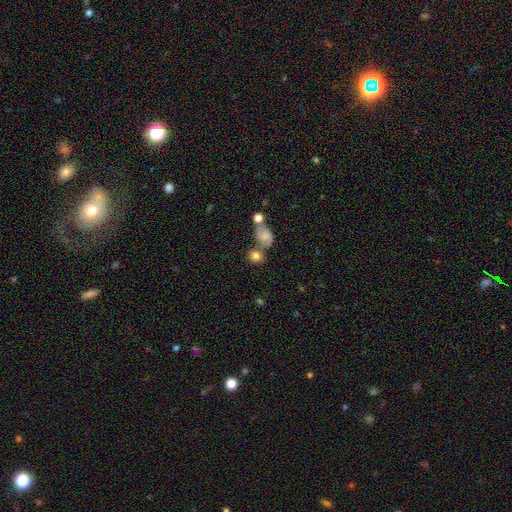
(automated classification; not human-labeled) Morphology: type=smooth (75%); roundness=round (74%); merging=none (48%).